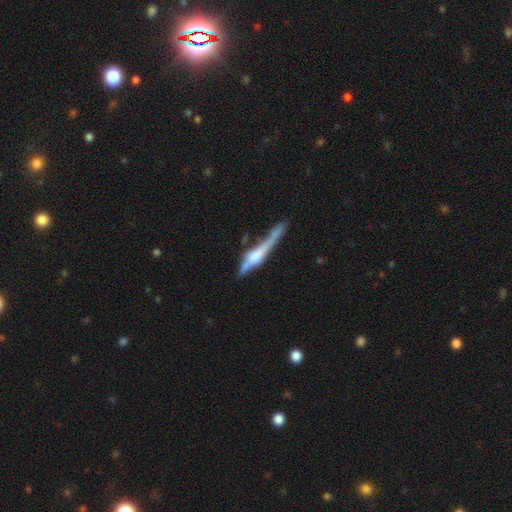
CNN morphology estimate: A featured or disk galaxy (58%) viewed edge-on (88%) with a rounded central bulge (52%).

Vote fractions:
- Smooth or featured? featured or disk: 58% / smooth: 36% / star or artifact: 7%
- Edge-on disk? yes: 88% / no: 12%
- Edge-on bulge? rounded: 52% / boxy: 32% / none: 16%
- Merging? none: 40% / minor disturbance: 24% / major disturbance: 19% / merger: 18%